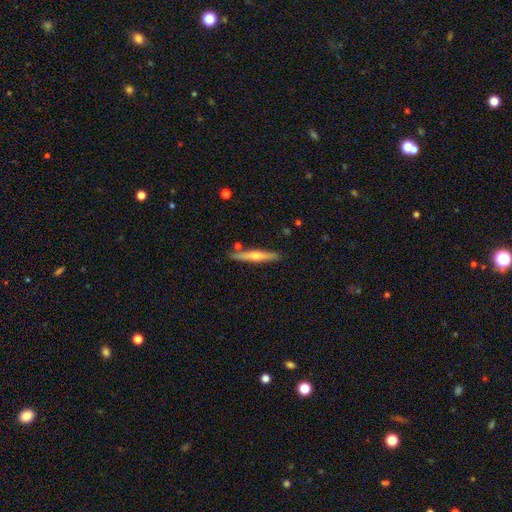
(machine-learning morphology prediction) This appears to be a featured or disk galaxy (54%) viewed edge-on (95%) with a rounded central bulge (86%). Merging: none (85%).